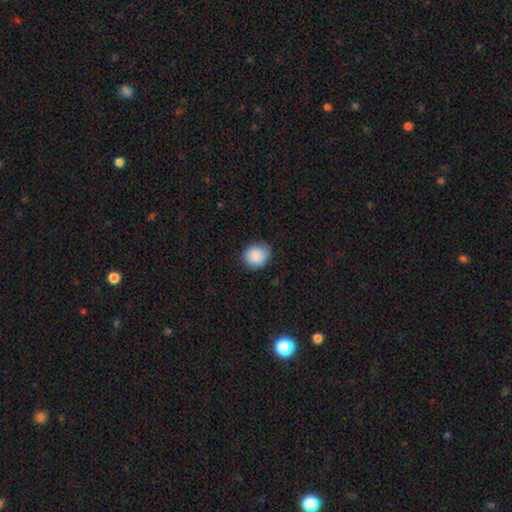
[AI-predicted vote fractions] Overall: smooth (89%). How rounded: round (77%). Merging: none (81%).